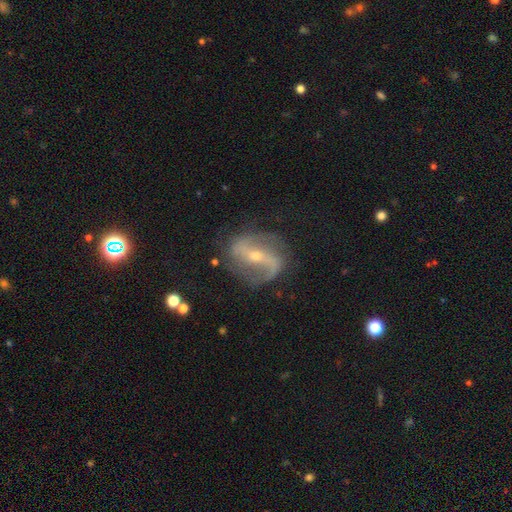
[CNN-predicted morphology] A featured or disk galaxy (87%) with a strong bar (53%), 2 (87%) loose (50%) spiral arms (94%) and a small central bulge (61%). Merging: none (76%).